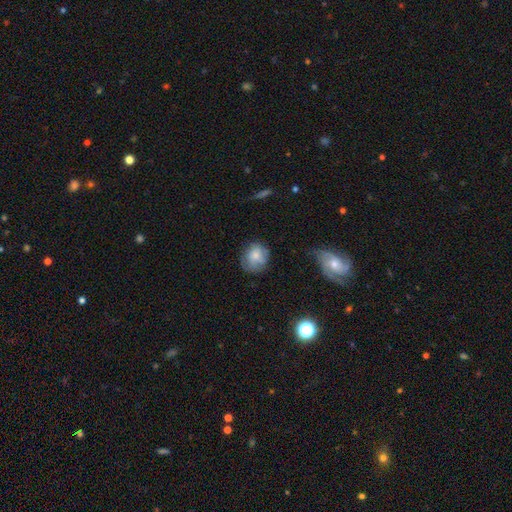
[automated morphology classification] This appears to be a smooth galaxy with no disk features (66%) that is round (69%). Merging: none (60%).